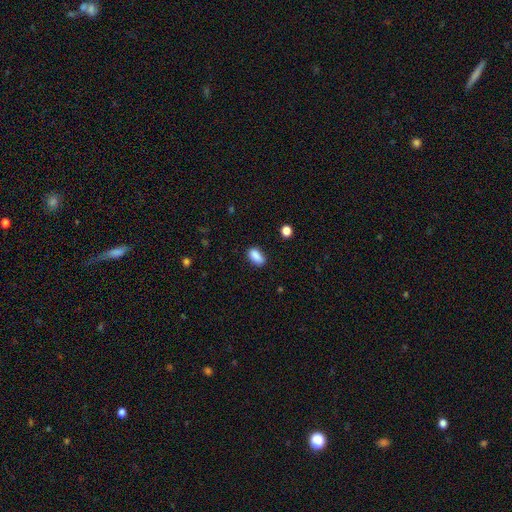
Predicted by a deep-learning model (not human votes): A smooth galaxy with no disk features (87%) that is in between round and cigar-shaped (89%). Merging: none (76%).